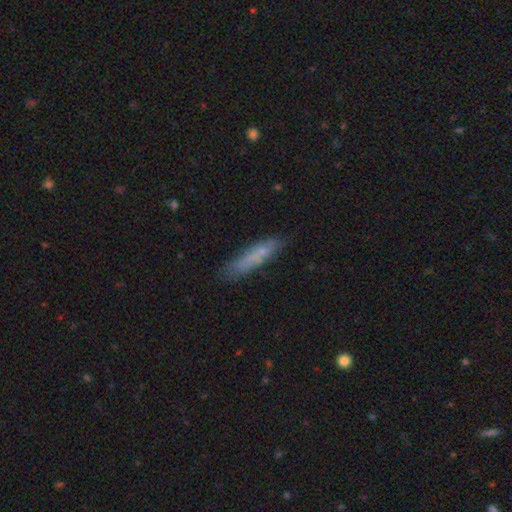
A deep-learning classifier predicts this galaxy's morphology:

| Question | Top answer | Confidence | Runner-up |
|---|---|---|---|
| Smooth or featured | smooth | 67% | featured or disk (24%) |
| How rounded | cigar-shaped | 83% | in between (15%) |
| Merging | none | 75% | minor disturbance (18%) |